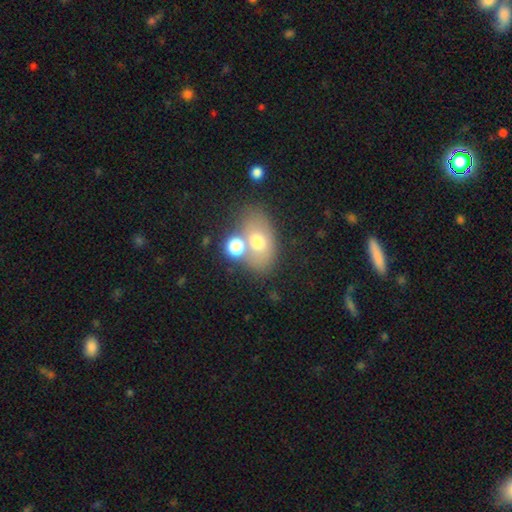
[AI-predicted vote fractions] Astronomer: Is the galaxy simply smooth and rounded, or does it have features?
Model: smooth — 63%.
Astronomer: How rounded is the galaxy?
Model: in between — 79%.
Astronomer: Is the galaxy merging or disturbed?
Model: none — 55%.